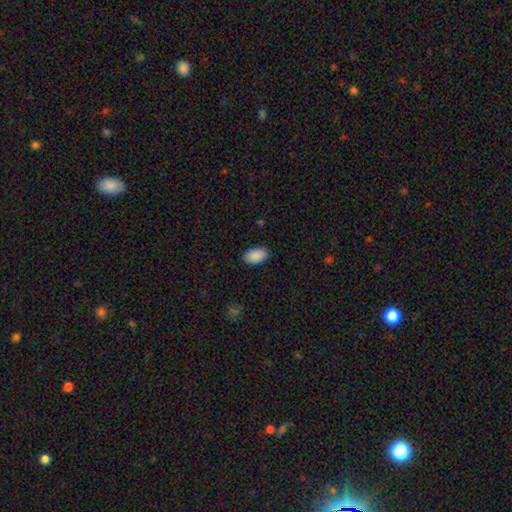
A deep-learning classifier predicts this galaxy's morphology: This appears to be a smooth galaxy with no disk features (90%) that is in between round and cigar-shaped (95%). Merging: none (88%).